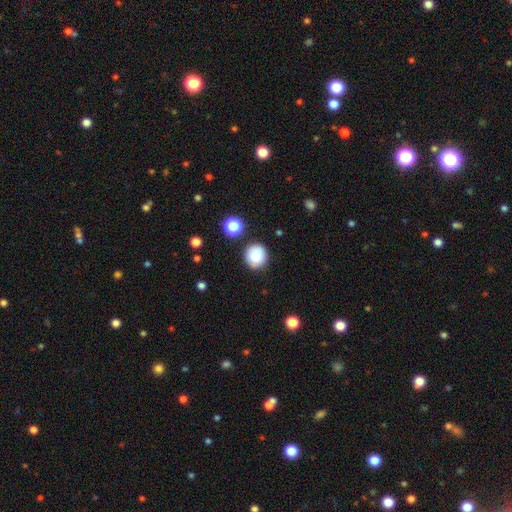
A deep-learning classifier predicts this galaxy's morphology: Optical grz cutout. It shows a smooth galaxy with no disk features (83%) that is round (91%). Merging: none (86%).